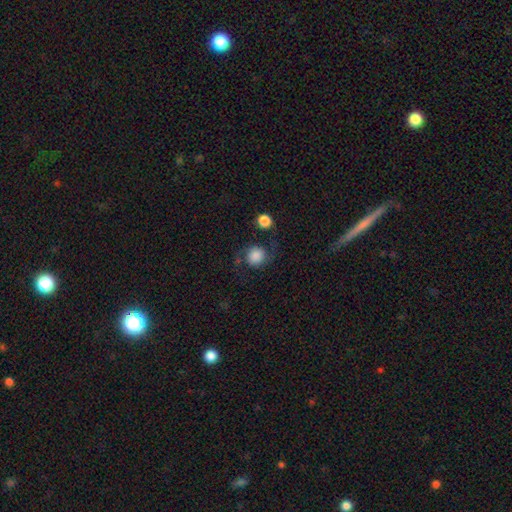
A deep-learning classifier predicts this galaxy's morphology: This is likely a smooth galaxy (63%). How rounded: clearly round (86%). Merging: likely none (66%).